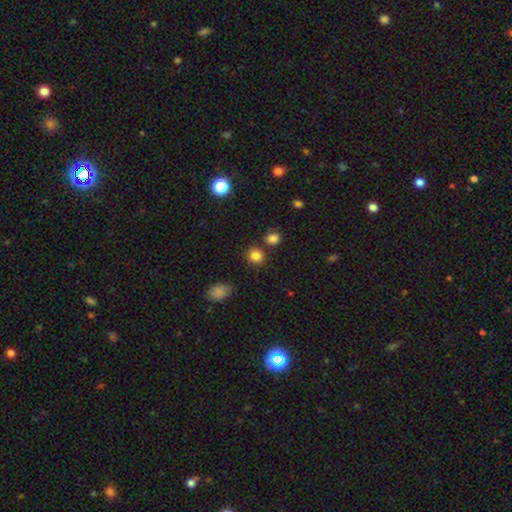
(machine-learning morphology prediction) Smooth or featured? Predicted: smooth (p=0.83). How rounded? Predicted: round (p=0.83). Merging? Predicted: none (p=0.80).